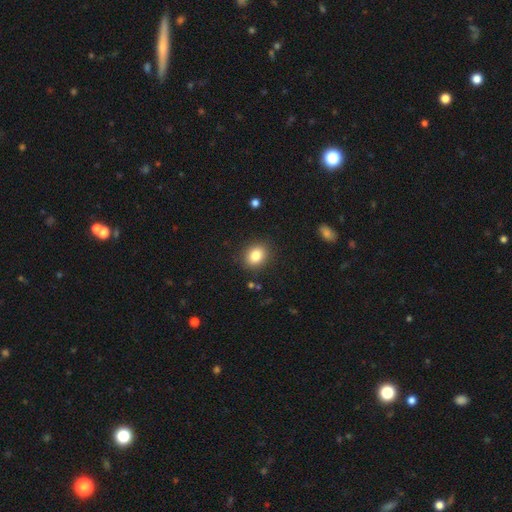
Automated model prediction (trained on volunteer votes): A smooth galaxy with no disk features (84%) that is round (51%).

Vote fractions:
- Smooth or featured? smooth: 84% / star or artifact: 10% / featured or disk: 7%
- How rounded? round: 51% / in between: 48% / cigar-shaped: 1%
- Merging? none: 88% / minor disturbance: 8% / major disturbance: 2% / merger: 1%